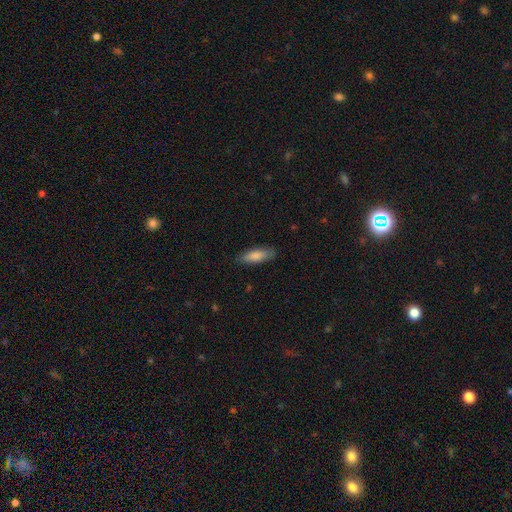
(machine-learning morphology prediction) A smooth galaxy with no disk features (85%) that is in between round and cigar-shaped (56%). Merging: none (85%).